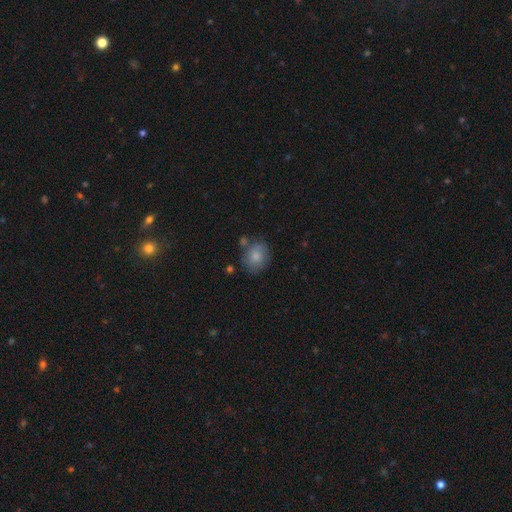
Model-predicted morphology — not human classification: Q: Smooth or featured?
A: smooth (78%); runner-up: featured or disk (14%)
Q: How rounded?
A: round (66%); runner-up: in between (33%)
Q: Merging?
A: none (63%); runner-up: minor disturbance (21%)